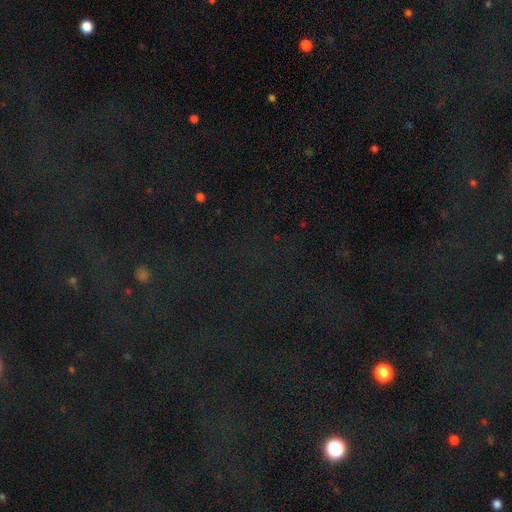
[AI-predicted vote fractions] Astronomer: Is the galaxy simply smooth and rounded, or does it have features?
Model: star or artifact — 78%.